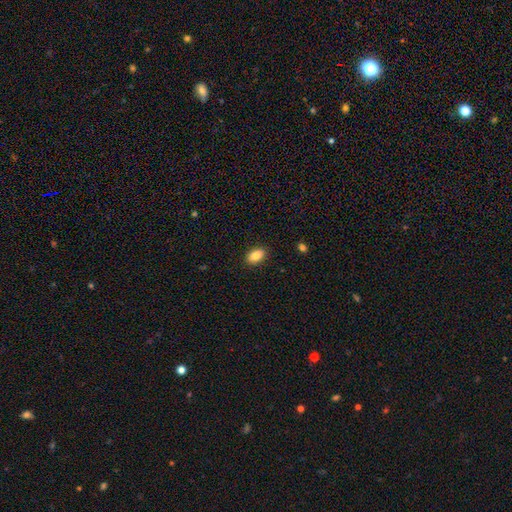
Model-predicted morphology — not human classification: A smooth galaxy with no disk features (85%) that is in between round and cigar-shaped (90%).

Vote fractions:
- Smooth or featured? smooth: 85% / star or artifact: 8% / featured or disk: 8%
- How rounded? in between: 90% / round: 8% / cigar-shaped: 2%
- Merging? none: 89% / minor disturbance: 8% / major disturbance: 2% / merger: 1%